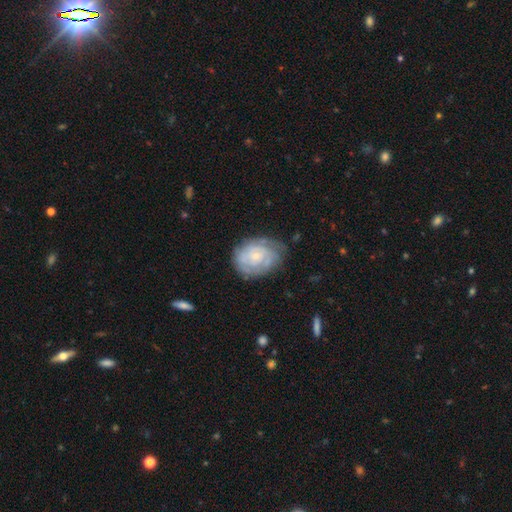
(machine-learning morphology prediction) The model was most divided on "spiral arm count": can't tell: 55%, 2: 18%, 3: 11%, 4: 7%, 1: 5%, more than 4: 4%. More confident: edge-on disk — no (97%); bar — no (80%); spiral arms — yes (77%); bulge size — small (76%); spiral winding — tight (70%); smooth or featured — featured or disk (68%); merging — none (63%).